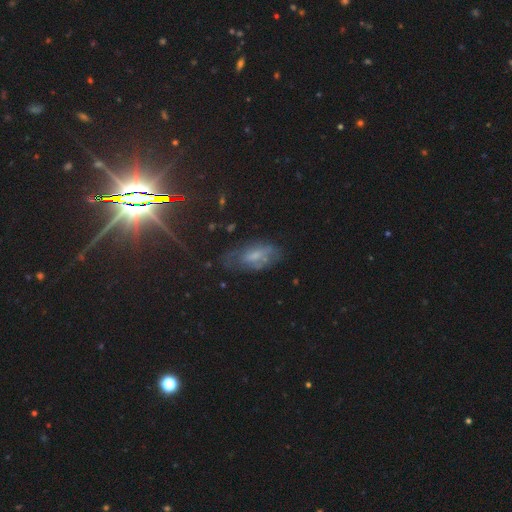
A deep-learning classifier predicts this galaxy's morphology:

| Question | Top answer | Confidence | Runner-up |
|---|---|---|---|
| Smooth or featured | featured or disk | 42% | smooth (41%) |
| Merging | none | 57% | minor disturbance (27%) |